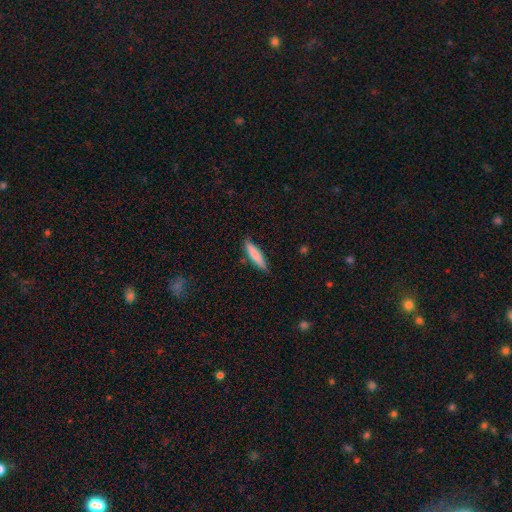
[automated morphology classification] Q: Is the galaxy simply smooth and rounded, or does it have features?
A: smooth — 79%.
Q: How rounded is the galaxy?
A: cigar-shaped — 80%.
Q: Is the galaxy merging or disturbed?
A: none — 81%.